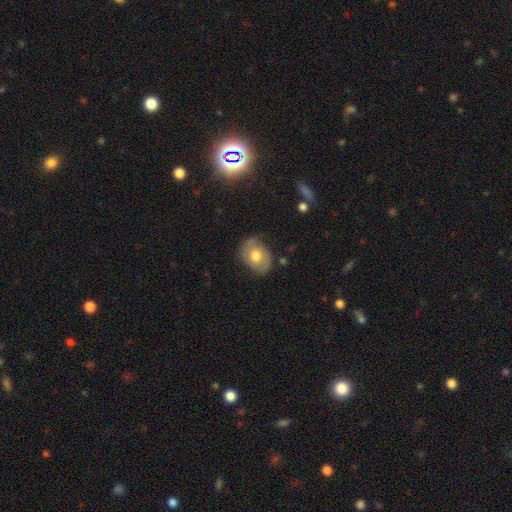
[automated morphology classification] A smooth galaxy with no disk features (59%) that is in between round and cigar-shaped (71%).

Vote fractions:
- Smooth or featured? smooth: 59% / featured or disk: 34% / star or artifact: 7%
- How rounded? in between: 71% / round: 28% / cigar-shaped: 1%
- Merging? none: 76% / minor disturbance: 18% / major disturbance: 4% / merger: 2%